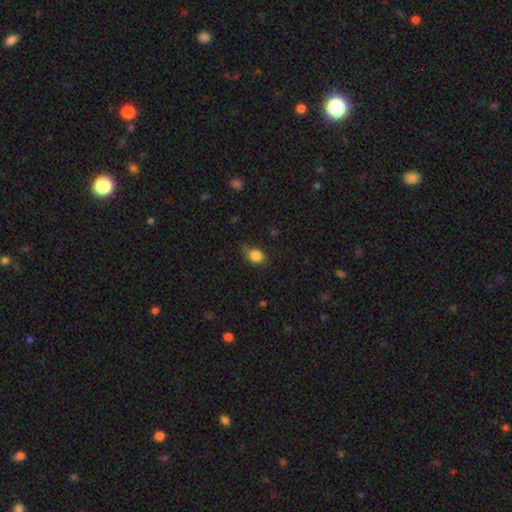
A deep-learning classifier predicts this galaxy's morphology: Smooth or featured? Predicted: smooth (p=0.83). How rounded? Predicted: in between (p=0.74). Merging? Predicted: none (p=0.59).